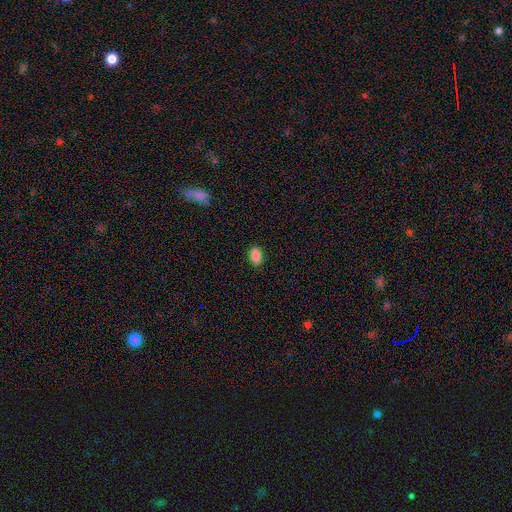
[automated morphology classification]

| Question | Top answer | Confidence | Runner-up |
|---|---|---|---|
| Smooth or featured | smooth | 88% | star or artifact (8%) |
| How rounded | in between | 87% | round (12%) |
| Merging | none | 87% | minor disturbance (9%) |